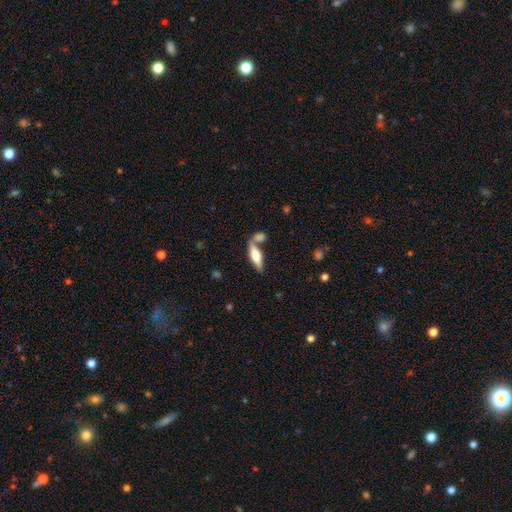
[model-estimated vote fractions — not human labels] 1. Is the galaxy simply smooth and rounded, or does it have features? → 48% featured or disk, 46% smooth, 6% star or artifact.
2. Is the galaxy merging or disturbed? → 61% none, 24% merger, 12% minor disturbance, 4% major disturbance.